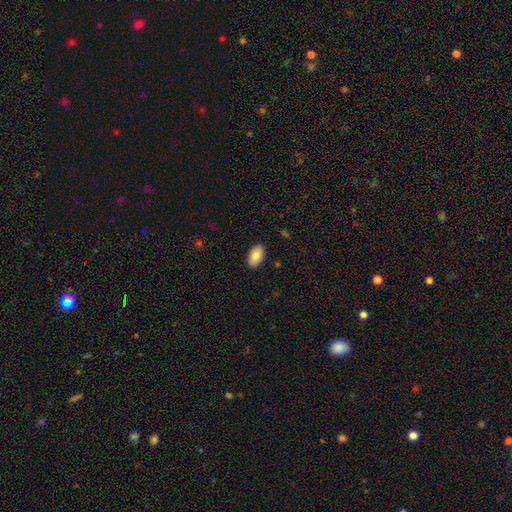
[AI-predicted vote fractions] Morphology: type=smooth (88%); roundness=in between (95%); merging=none (89%).